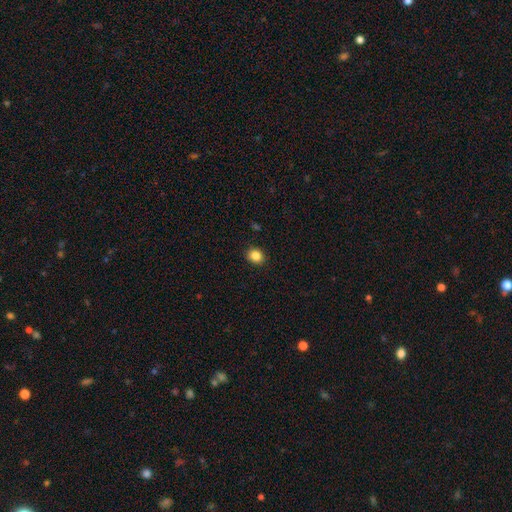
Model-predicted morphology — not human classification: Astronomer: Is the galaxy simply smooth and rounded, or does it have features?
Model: smooth — 85%.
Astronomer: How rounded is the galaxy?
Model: round — 66%.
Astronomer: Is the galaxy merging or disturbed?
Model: none — 91%.